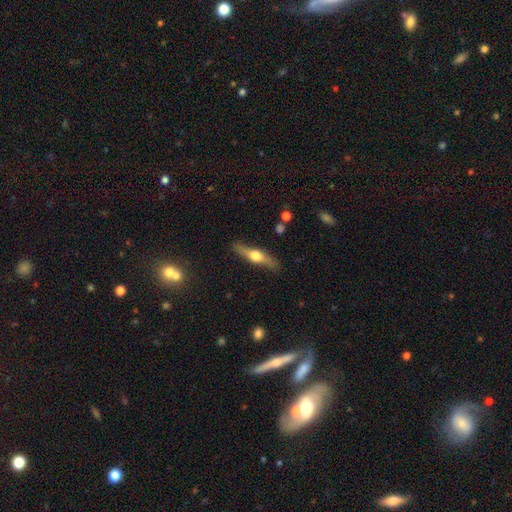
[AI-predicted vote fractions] Q: Smooth or featured?
A: featured or disk (65%); runner-up: smooth (30%)
Q: Edge-on disk?
A: yes (94%); runner-up: no (6%)
Q: Edge-on bulge?
A: rounded (95%); runner-up: boxy (3%)
Q: Merging?
A: none (86%); runner-up: minor disturbance (10%)